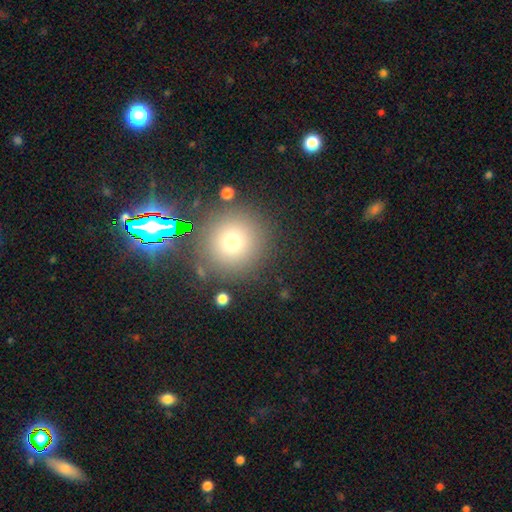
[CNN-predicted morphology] type=smooth (54%); roundness=round (93%); merging=none (85%).